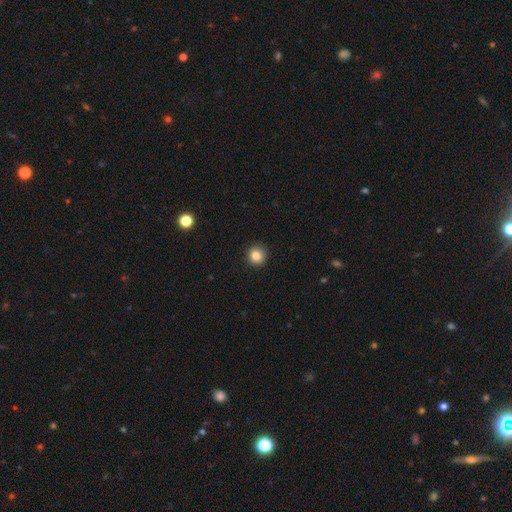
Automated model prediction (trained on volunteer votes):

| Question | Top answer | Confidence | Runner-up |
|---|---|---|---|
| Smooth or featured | smooth | 84% | star or artifact (11%) |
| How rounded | round | 93% | in between (6%) |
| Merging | none | 93% | minor disturbance (5%) |